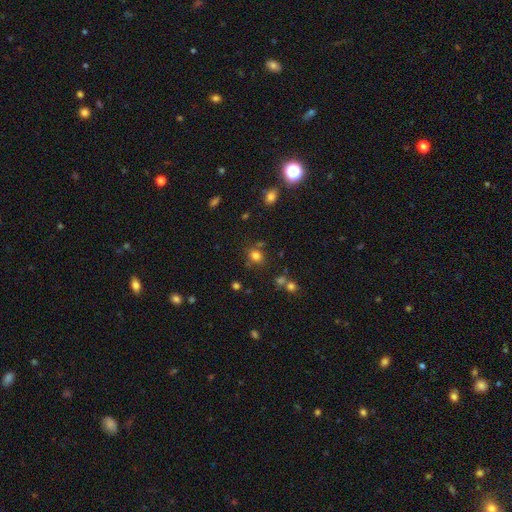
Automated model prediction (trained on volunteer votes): Q: Smooth or featured?
A: smooth (78%); runner-up: star or artifact (16%)
Q: How rounded?
A: round (76%); runner-up: in between (23%)
Q: Merging?
A: none (74%); runner-up: minor disturbance (12%)